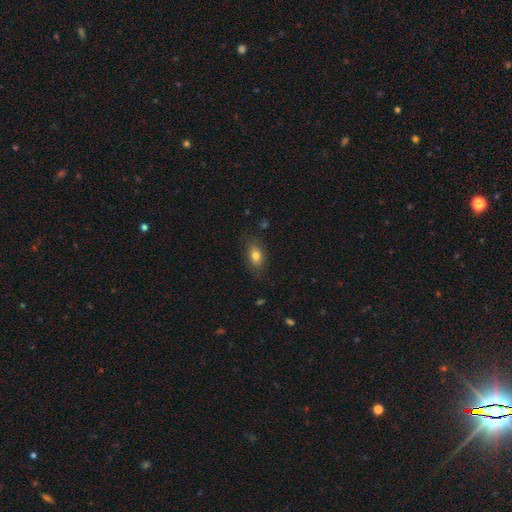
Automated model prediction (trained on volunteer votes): This is likely a smooth galaxy (78%). How rounded: clearly in between (84%). Merging: likely none (80%).